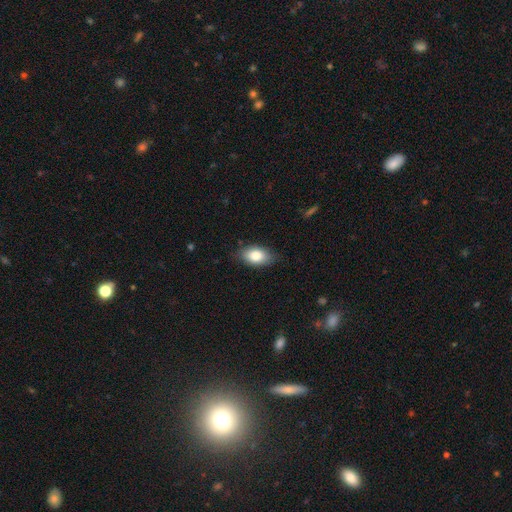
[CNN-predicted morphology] smooth-or-featured: smooth: 82% | featured or disk: 11% | star or artifact: 7%
  how-rounded: in between: 90% | round: 8% | cigar-shaped: 2%
  merging: none: 80% | minor disturbance: 16% | major disturbance: 3% | merger: 1%